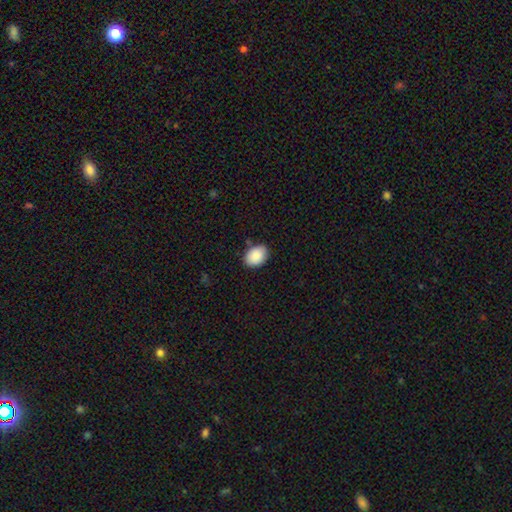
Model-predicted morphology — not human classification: The model was most divided on "how rounded": in between: 76%, round: 24%, cigar-shaped: 1%. More confident: smooth or featured — smooth (89%); merging — none (82%).